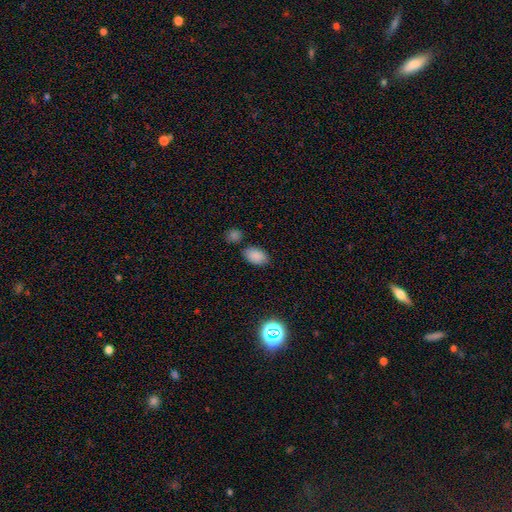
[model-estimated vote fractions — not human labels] smooth-or-featured: smooth: 85% | star or artifact: 11% | featured or disk: 5%
  how-rounded: in between: 90% | round: 9% | cigar-shaped: 1%
  merging: none: 76% | minor disturbance: 14% | merger: 7% | major disturbance: 3%